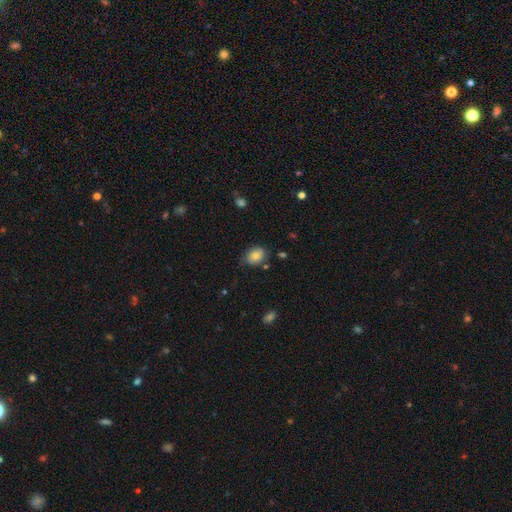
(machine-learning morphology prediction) Overall: smooth (79%). How rounded: in between (66%; round 33%). Merging: none (70%).